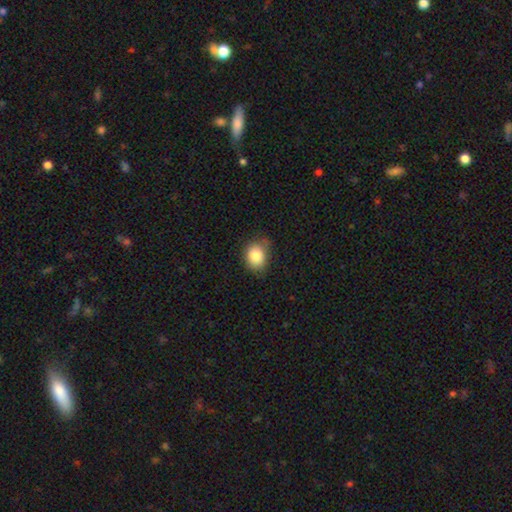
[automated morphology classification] smooth_or_featured: smooth (p=0.84) [alt: star or artifact p=0.09]
how_rounded: round (p=0.51) [alt: in between p=0.49]
merging: none (p=0.65) [alt: minor disturbance p=0.28]